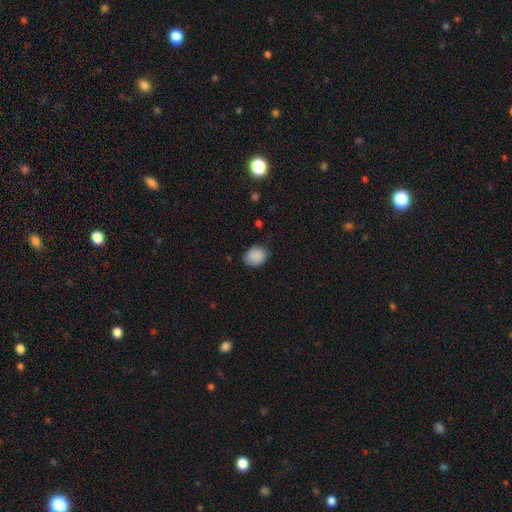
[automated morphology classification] Q: Smooth or featured?
A: smooth (88%); runner-up: star or artifact (8%)
Q: How rounded?
A: round (57%); runner-up: in between (42%)
Q: Merging?
A: none (74%); runner-up: minor disturbance (21%)